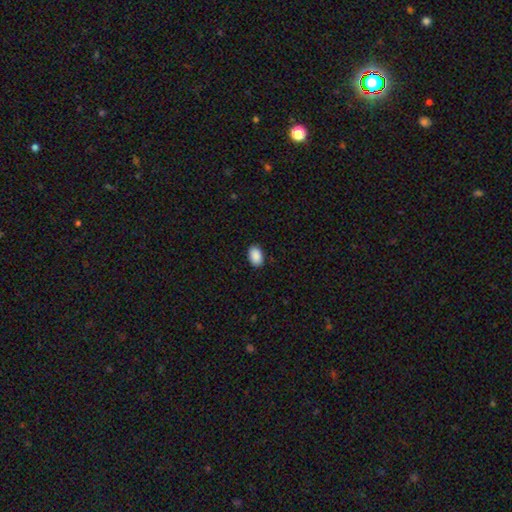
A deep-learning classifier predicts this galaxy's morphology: This appears to be a smooth galaxy with no disk features (90%) that is in between round and cigar-shaped (90%). Merging: none (90%).